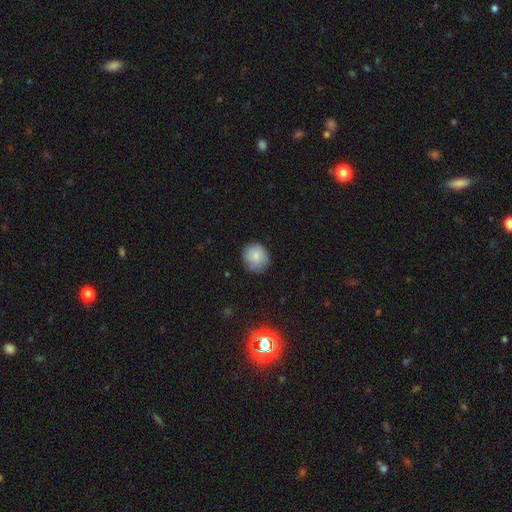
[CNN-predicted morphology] Overall: smooth (81%). How rounded: round (80%). Merging: none (76%).